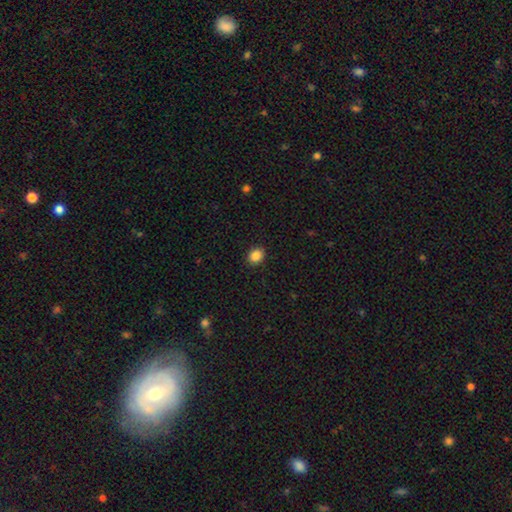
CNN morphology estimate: The model was most divided on "how rounded": round: 64%, in between: 35%, cigar-shaped: 1%. More confident: merging — none (90%); smooth or featured — smooth (87%).